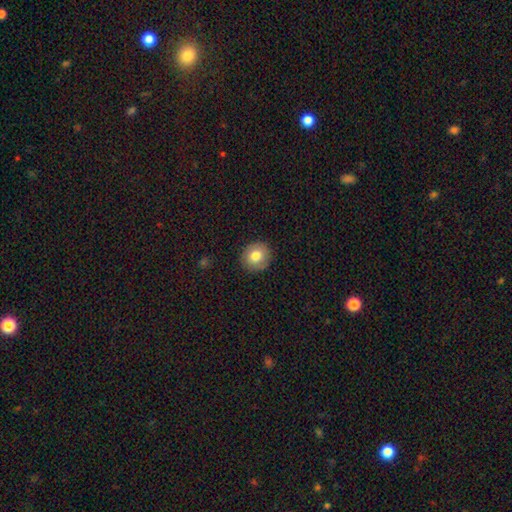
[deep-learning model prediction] A smooth galaxy with no disk features (79%) that is round (86%).

Vote fractions:
- Smooth or featured? smooth: 79% / featured or disk: 12% / star or artifact: 9%
- How rounded? round: 86% / in between: 13% / cigar-shaped: 1%
- Merging? none: 90% / minor disturbance: 7% / major disturbance: 2% / merger: 1%